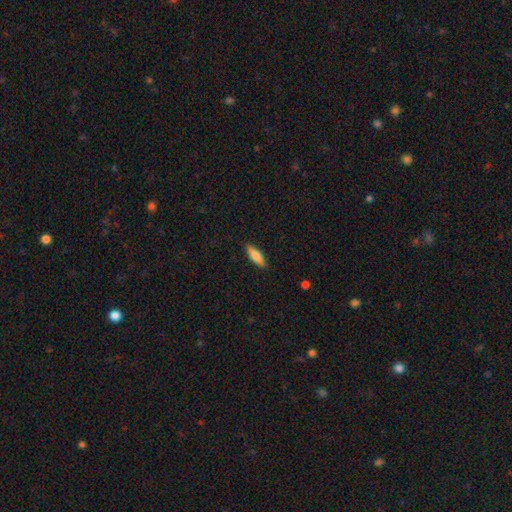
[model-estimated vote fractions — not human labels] Smooth or featured?
  - smooth: 77% *
  - featured or disk: 17%
  - star or artifact: 6%
How rounded?
  - in between: 50% *
  - cigar-shaped: 48%
  - round: 2%
Merging?
  - none: 89% *
  - minor disturbance: 9%
  - major disturbance: 2%
  - merger: 1%